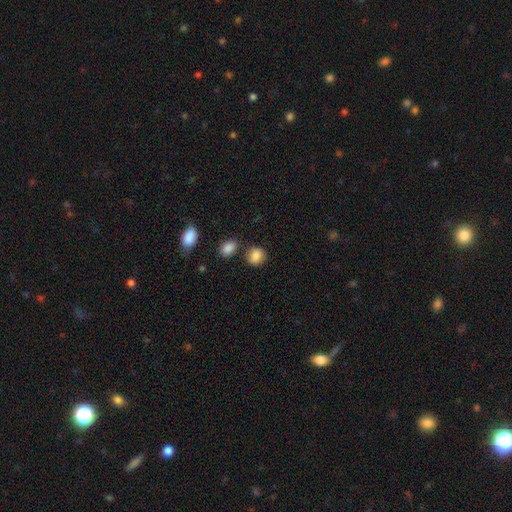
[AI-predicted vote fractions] Smooth or featured? smooth (87%)
How rounded? round (69%)
Merging? none (74%)